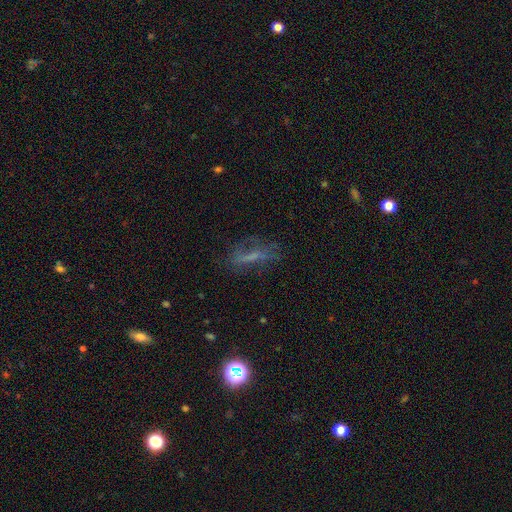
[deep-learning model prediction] A featured or disk galaxy (38%). Merging: none (73%).